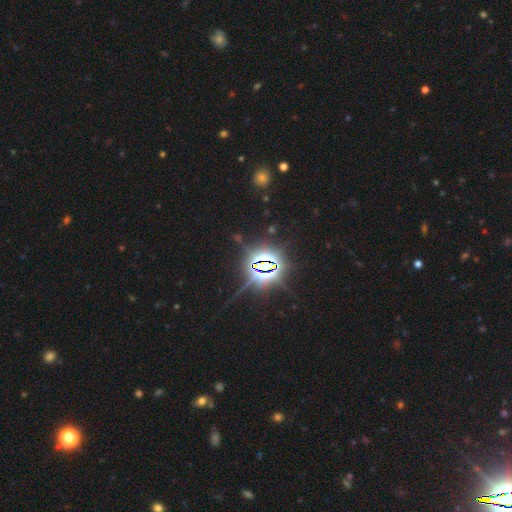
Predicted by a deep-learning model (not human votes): Overall: star or artifact (84%).